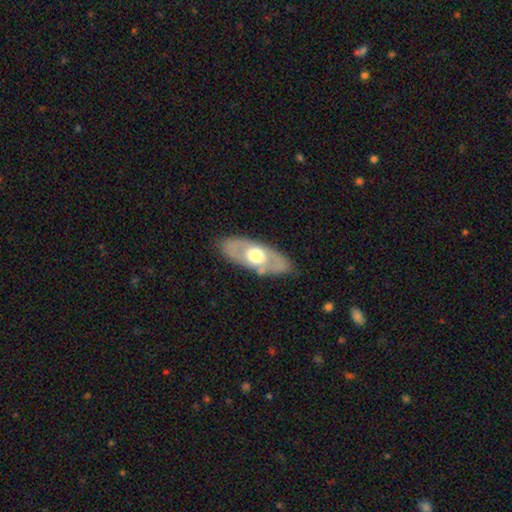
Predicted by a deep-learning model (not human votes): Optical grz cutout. It shows a featured or disk galaxy (56%). Merging: none (82%).